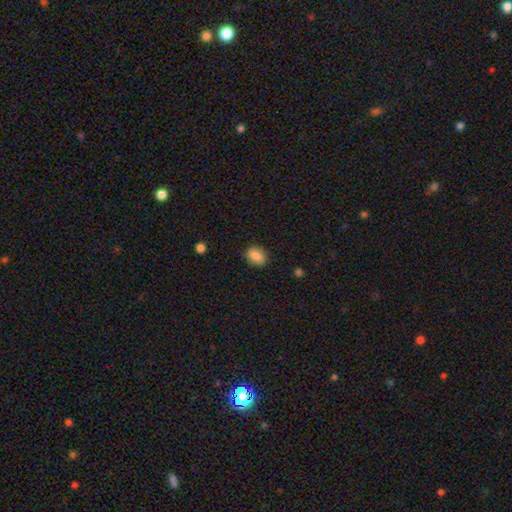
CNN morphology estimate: smooth 84%, star or artifact 8%, featured or disk 7%. Down the decision tree: how rounded — in between (66%); merging — none (83%).